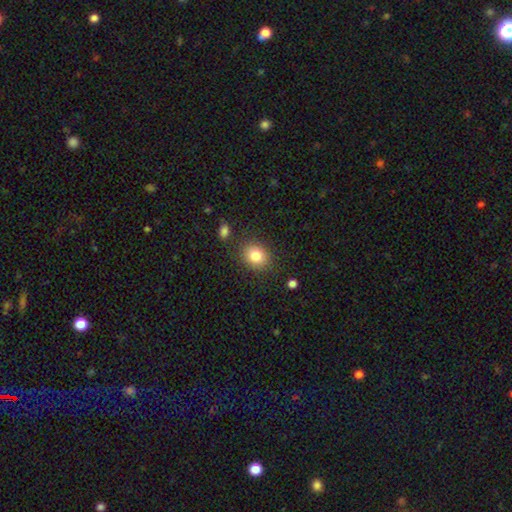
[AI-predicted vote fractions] Q: Smooth or featured?
A: smooth (83%); runner-up: star or artifact (10%)
Q: How rounded?
A: round (59%); runner-up: in between (40%)
Q: Merging?
A: none (84%); runner-up: minor disturbance (10%)